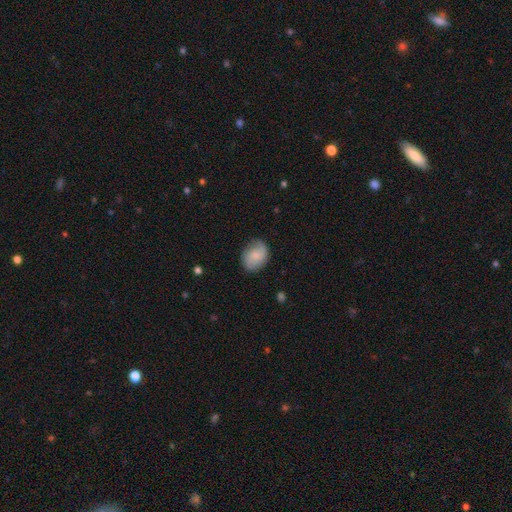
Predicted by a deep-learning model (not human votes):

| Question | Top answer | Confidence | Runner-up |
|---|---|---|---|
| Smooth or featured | smooth | 66% | featured or disk (27%) |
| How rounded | in between | 58% | round (41%) |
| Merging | none | 74% | minor disturbance (20%) |